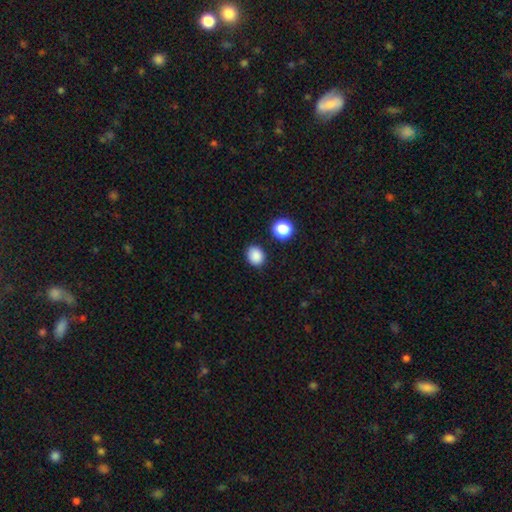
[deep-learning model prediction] Morphology: type=smooth (86%); roundness=round (58%); merging=none (86%).